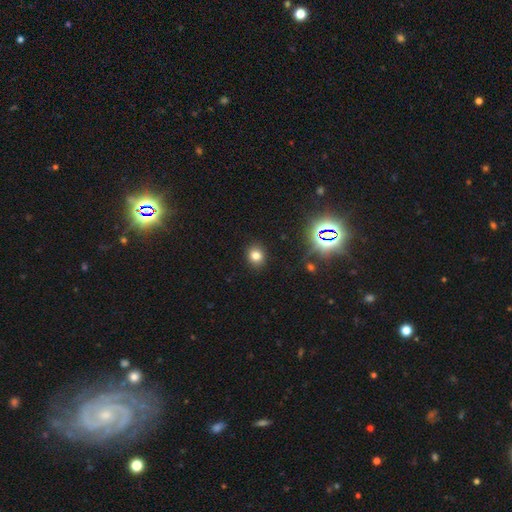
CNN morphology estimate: type=smooth (77%); roundness=round (75%); merging=none (90%).